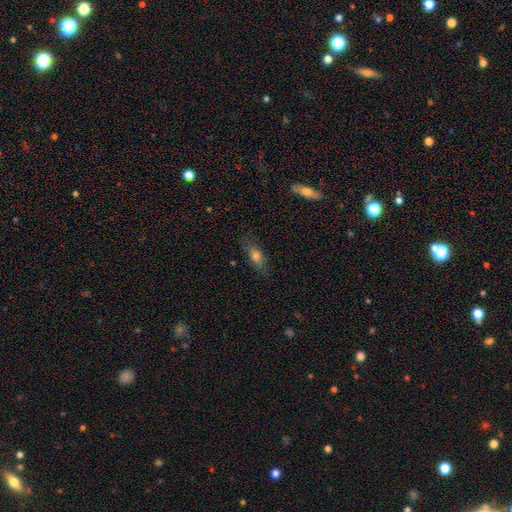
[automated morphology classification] This appears to be a smooth galaxy with no disk features (66%) that is in between round and cigar-shaped (60%). Merging: none (78%).